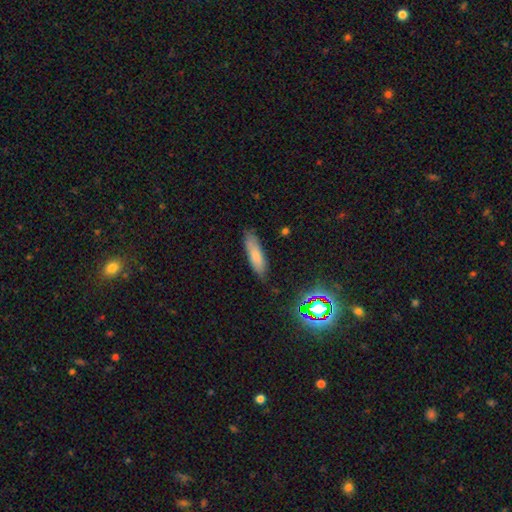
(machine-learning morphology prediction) smooth-or-featured: smooth: 76% | featured or disk: 15% | star or artifact: 10%
  how-rounded: cigar-shaped: 60% | in between: 38% | round: 2%
  merging: none: 80% | minor disturbance: 16% | major disturbance: 3% | merger: 2%